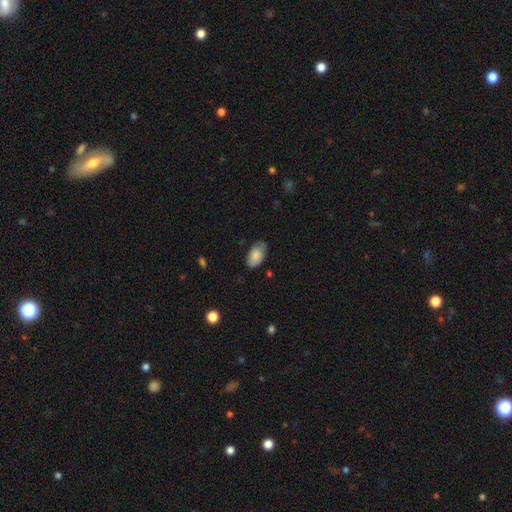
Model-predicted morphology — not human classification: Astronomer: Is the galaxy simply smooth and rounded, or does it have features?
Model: smooth — 84%.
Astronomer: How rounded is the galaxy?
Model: in between — 94%.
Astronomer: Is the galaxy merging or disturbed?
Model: none — 69%.